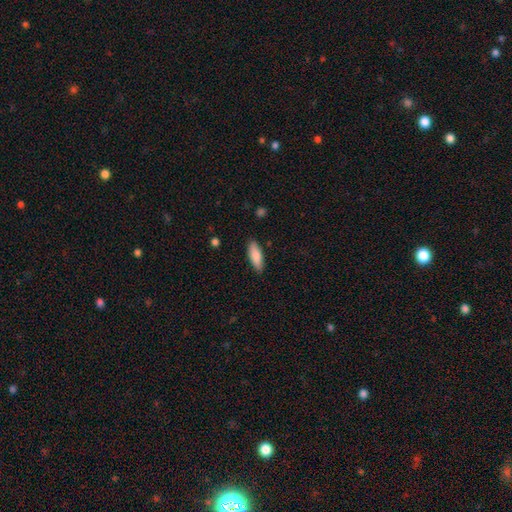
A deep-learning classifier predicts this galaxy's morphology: Overall: smooth (84%). How rounded: in between (61%; cigar-shaped 37%). Merging: none (86%).